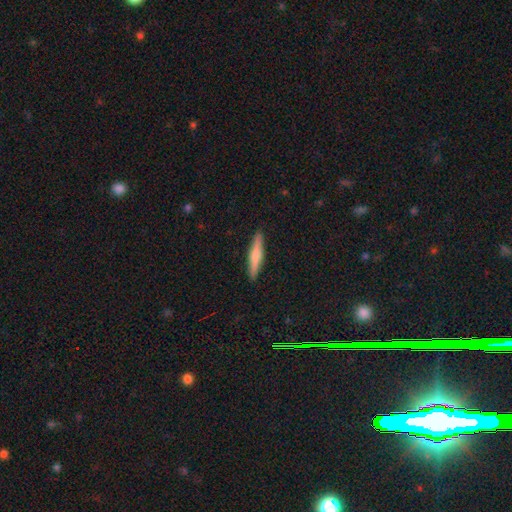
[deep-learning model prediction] Overall: smooth (60%; featured or disk 34%). How rounded: cigar-shaped (90%). Merging: none (91%).